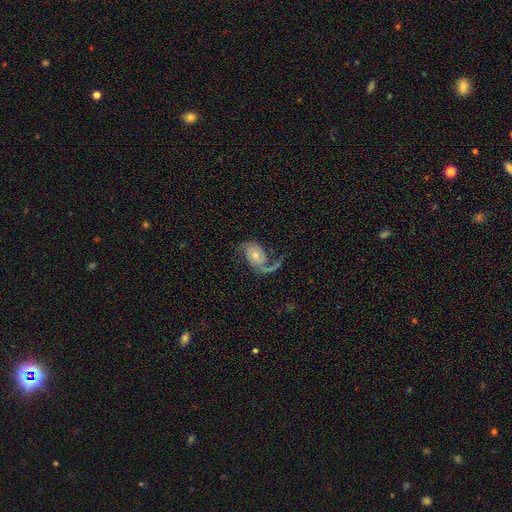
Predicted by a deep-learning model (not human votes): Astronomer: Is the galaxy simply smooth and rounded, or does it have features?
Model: featured or disk — 84%.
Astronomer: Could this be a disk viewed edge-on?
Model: no — 97%.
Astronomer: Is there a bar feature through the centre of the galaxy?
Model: no — 67%.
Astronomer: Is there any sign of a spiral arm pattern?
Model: yes — 95%.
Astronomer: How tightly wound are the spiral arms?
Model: loose — 49% (runner-up: medium, 36%).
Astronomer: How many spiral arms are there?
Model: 2 — 72%.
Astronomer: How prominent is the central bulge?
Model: moderate — 51% (runner-up: small, 39%).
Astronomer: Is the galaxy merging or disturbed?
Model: none — 53%.